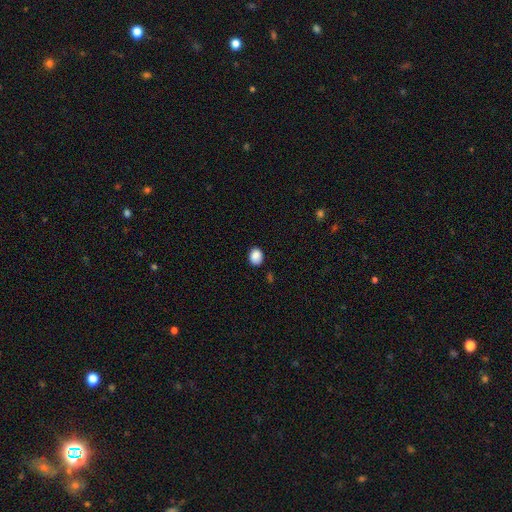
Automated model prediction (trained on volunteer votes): The model was most divided on "how rounded": in between: 54%, round: 45%, cigar-shaped: 1%. More confident: smooth or featured — smooth (88%); merging — none (79%).